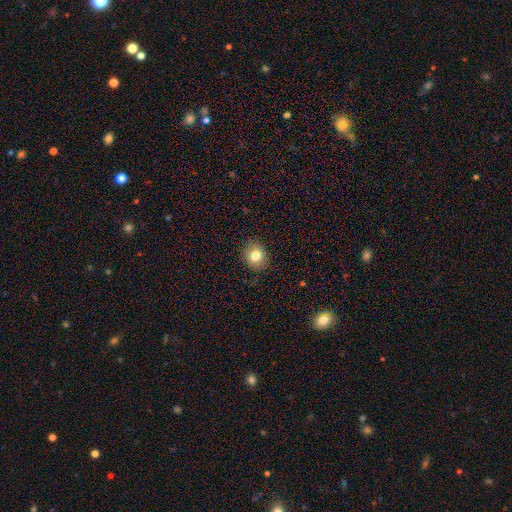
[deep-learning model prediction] The model was most divided on "how rounded": round: 67%, in between: 32%, cigar-shaped: 1%. More confident: merging — none (86%); smooth or featured — smooth (80%).